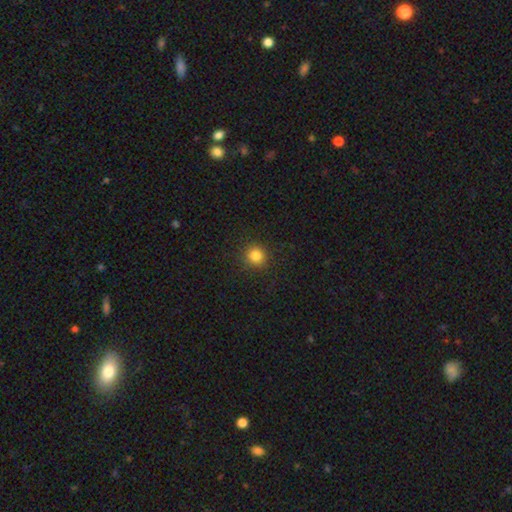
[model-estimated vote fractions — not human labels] A smooth galaxy with no disk features (83%) that is round (93%).

Vote fractions:
- Smooth or featured? smooth: 83% / star or artifact: 12% / featured or disk: 4%
- How rounded? round: 93% / in between: 6% / cigar-shaped: 1%
- Merging? none: 91% / minor disturbance: 6% / major disturbance: 2% / merger: 1%